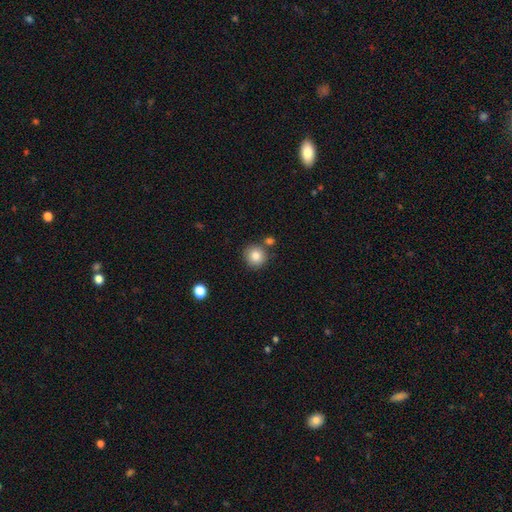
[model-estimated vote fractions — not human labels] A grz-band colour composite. It shows a smooth galaxy with no disk features (84%) that is round (93%). Merging: none (77%).